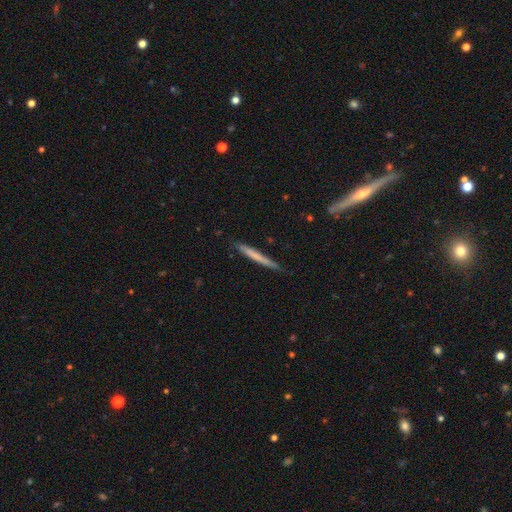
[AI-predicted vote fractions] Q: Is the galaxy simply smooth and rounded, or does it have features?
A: smooth — 62%.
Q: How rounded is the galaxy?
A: cigar-shaped — 97%.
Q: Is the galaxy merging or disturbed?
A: none — 86%.